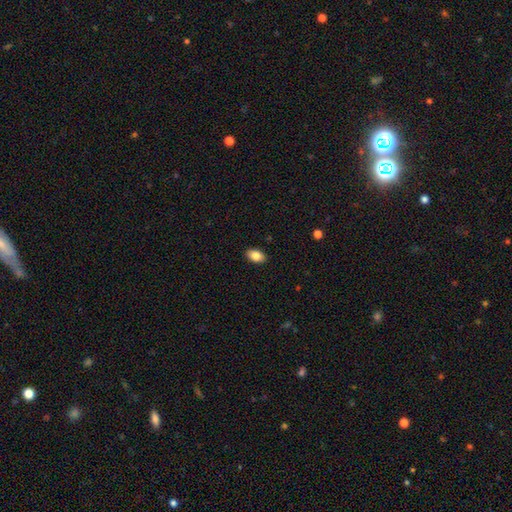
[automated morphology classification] The model was most divided on "smooth or featured": smooth: 85%, star or artifact: 8%, featured or disk: 7%. More confident: how rounded — in between (90%); merging — none (90%).